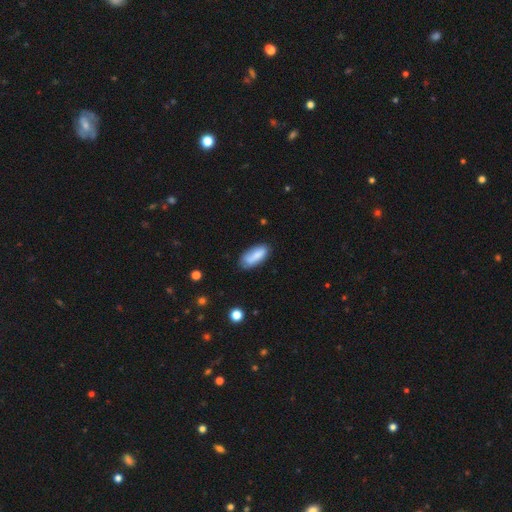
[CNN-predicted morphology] This appears to be a smooth galaxy with no disk features (82%) that is in between round and cigar-shaped (80%). Merging: none (67%).